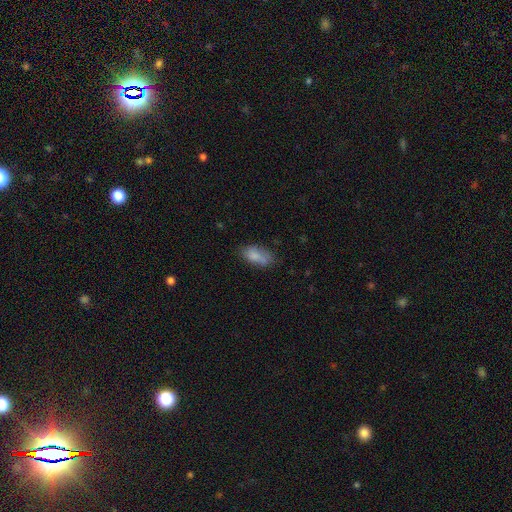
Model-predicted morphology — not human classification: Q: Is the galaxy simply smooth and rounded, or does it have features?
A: smooth — 78%.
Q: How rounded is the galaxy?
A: in between — 88%.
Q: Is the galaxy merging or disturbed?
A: none — 50%.